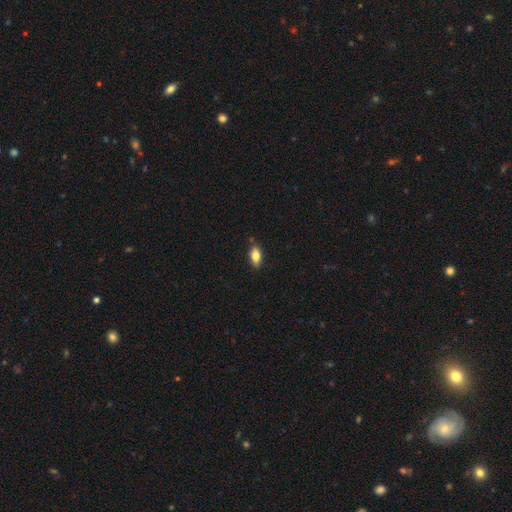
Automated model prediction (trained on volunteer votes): smooth 80%, featured or disk 12%, star or artifact 8%. Down the decision tree: how rounded — in between (89%); merging — none (83%).